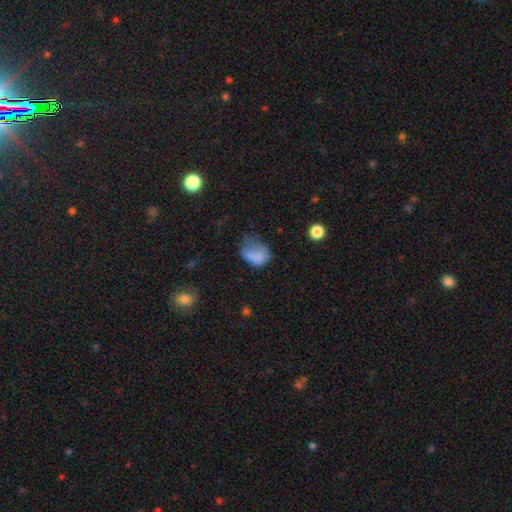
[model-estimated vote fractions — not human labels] Smooth or featured? smooth (72%)
How rounded? in between (70%)
Merging? major disturbance (39%)